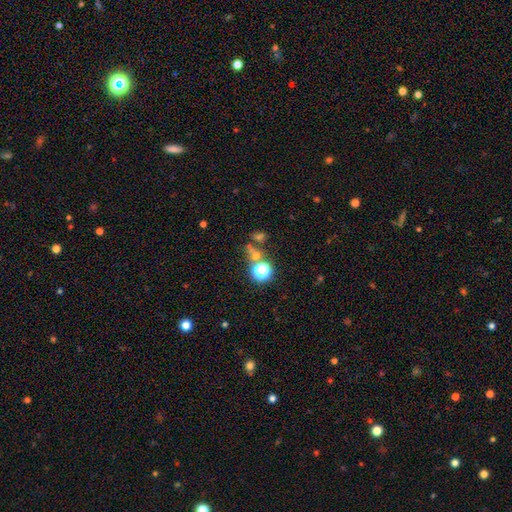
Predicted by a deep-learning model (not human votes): Overall: smooth (45%; star or artifact 43%). Merging: none (54%; merger 29%).